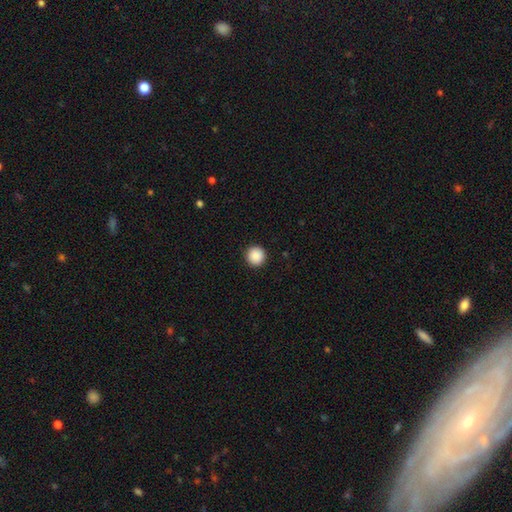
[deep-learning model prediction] A smooth galaxy with no disk features (89%) that is round (95%).

Vote fractions:
- Smooth or featured? smooth: 89% / star or artifact: 8% / featured or disk: 2%
- How rounded? round: 95% / in between: 4% / cigar-shaped: 1%
- Merging? none: 93% / minor disturbance: 5% / major disturbance: 2% / merger: 1%